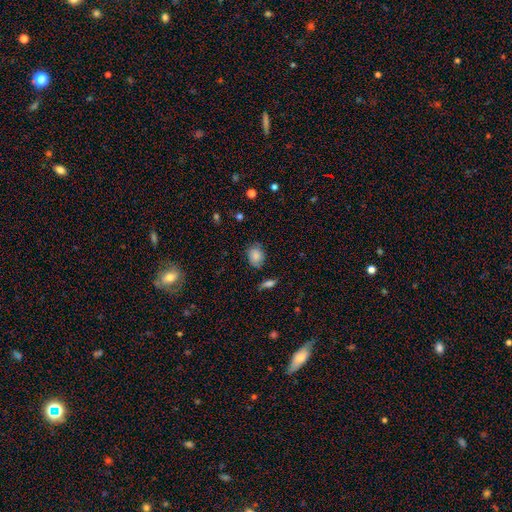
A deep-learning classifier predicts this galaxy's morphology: Smooth or featured? Predicted: smooth (p=0.81). How rounded? Predicted: round (p=0.53). Merging? Predicted: none (p=0.72).